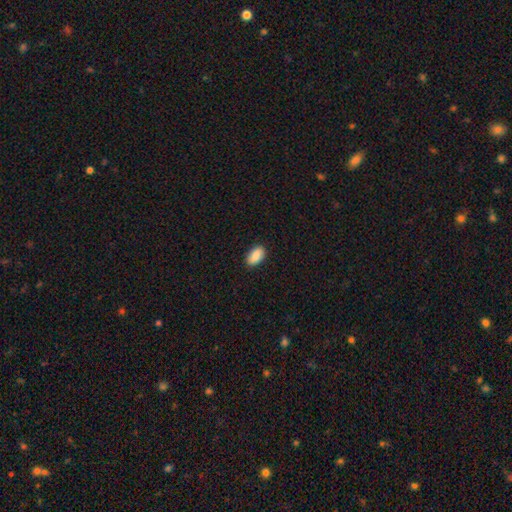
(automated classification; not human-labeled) This appears to be a smooth galaxy with no disk features (88%) that is in between round and cigar-shaped (93%). Merging: none (89%).